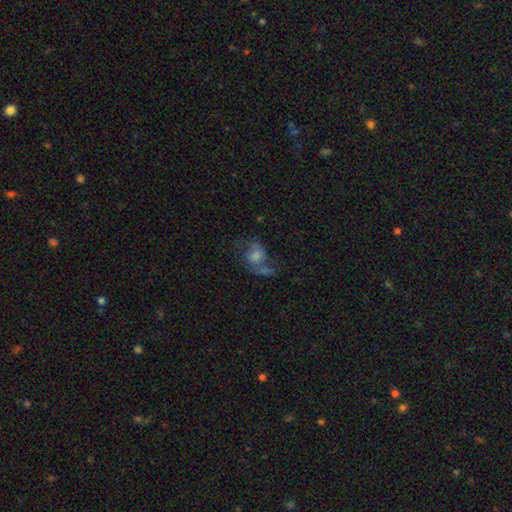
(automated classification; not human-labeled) Smooth or featured? smooth (46%)
Merging? none (30%)